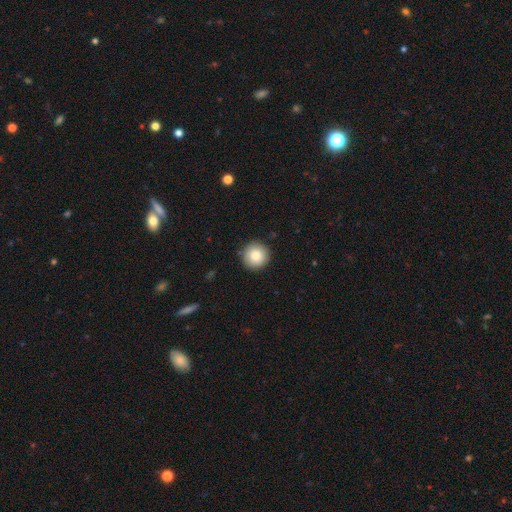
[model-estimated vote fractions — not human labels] smooth-or-featured: smooth: 85% | star or artifact: 8% | featured or disk: 7%
  how-rounded: round: 96% | in between: 3% | cigar-shaped: 1%
  merging: none: 90% | minor disturbance: 7% | major disturbance: 2% | merger: 1%